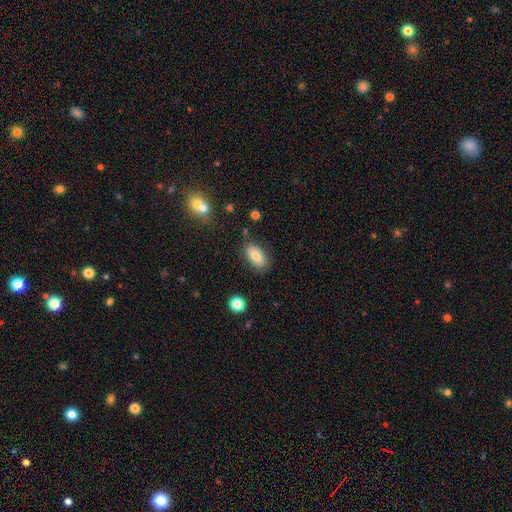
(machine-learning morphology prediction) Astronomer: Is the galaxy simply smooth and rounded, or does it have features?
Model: smooth — 80%.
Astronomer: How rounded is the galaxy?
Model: in between — 90%.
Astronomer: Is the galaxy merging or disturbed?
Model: none — 82%.